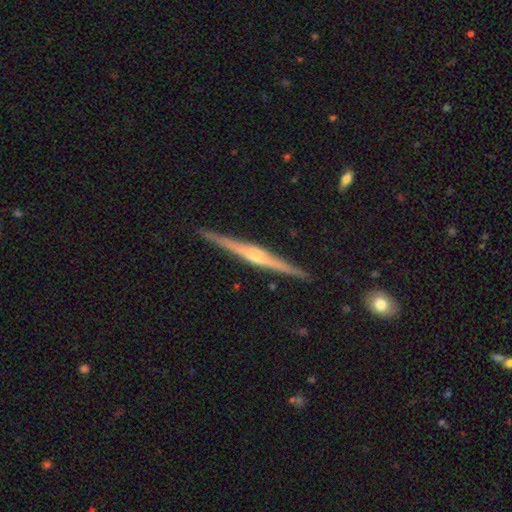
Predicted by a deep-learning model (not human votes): A featured or disk galaxy (82%) viewed edge-on (98%) with a rounded central bulge (73%).

Vote fractions:
- Smooth or featured? featured or disk: 82% / smooth: 13% / star or artifact: 5%
- Edge-on disk? yes: 98% / no: 2%
- Edge-on bulge? rounded: 73% / none: 14% / boxy: 12%
- Merging? none: 91% / minor disturbance: 6% / major disturbance: 1% / merger: 1%